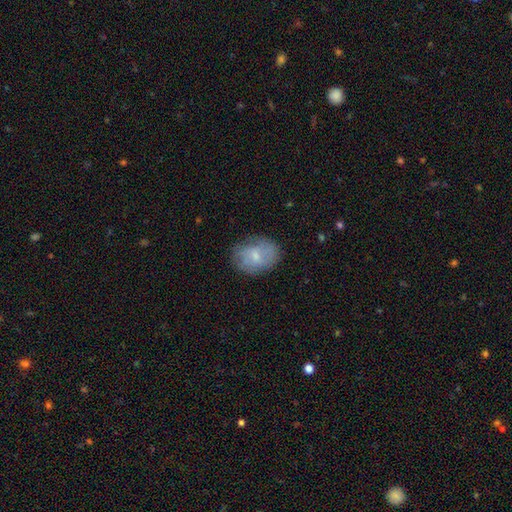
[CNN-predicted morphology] Smooth or featured?
  - smooth: 60% *
  - featured or disk: 32%
  - star or artifact: 8%
How rounded?
  - in between: 69% *
  - round: 30%
  - cigar-shaped: 1%
Merging?
  - none: 70% *
  - minor disturbance: 21%
  - major disturbance: 7%
  - merger: 1%